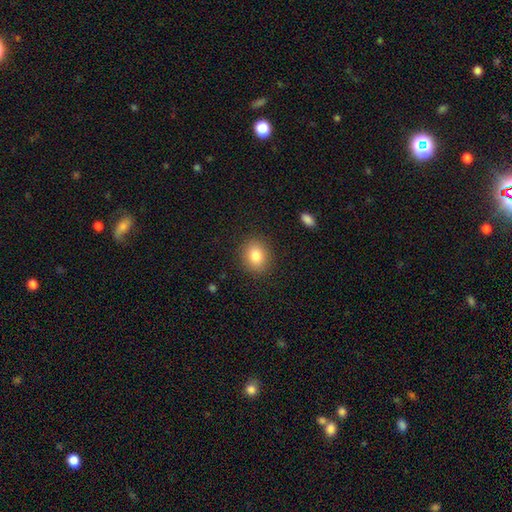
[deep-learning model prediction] Smooth or featured? Predicted: smooth (p=0.83). How rounded? Predicted: round (p=0.60). Merging? Predicted: none (p=0.88).